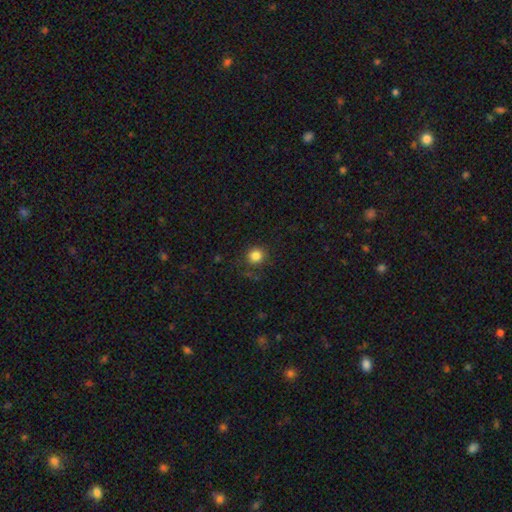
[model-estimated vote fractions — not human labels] Morphology: type=smooth (84%); roundness=round (91%); merging=none (83%).